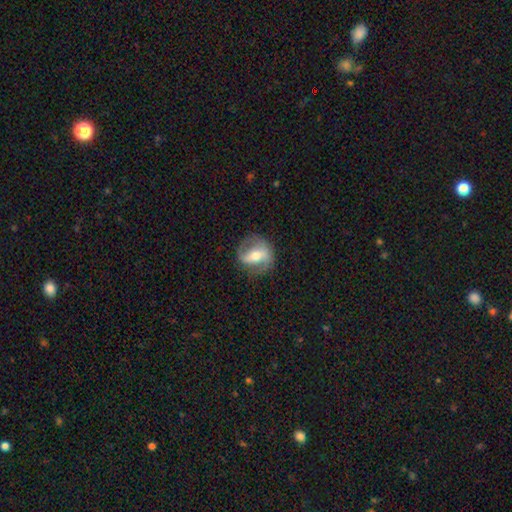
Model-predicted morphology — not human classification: Smooth or featured: featured or disk — 70% (smooth — 23%)
Edge-on disk: no — 94% (yes — 6%)
Bar: strong — 46% (weak — 34%)
Spiral arms: yes — 76% (no — 24%)
Bulge size: moderate — 65% (small — 26%)
Merging: none — 74% (minor disturbance — 16%)